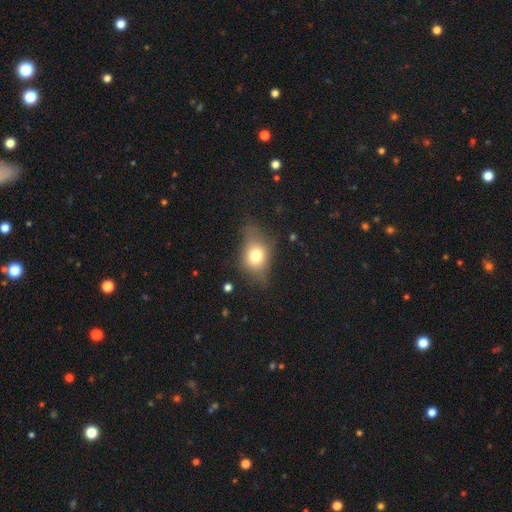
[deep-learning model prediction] smooth 69%, featured or disk 19%, star or artifact 12%. Down the decision tree: how rounded — in between (55%); merging — none (52%).